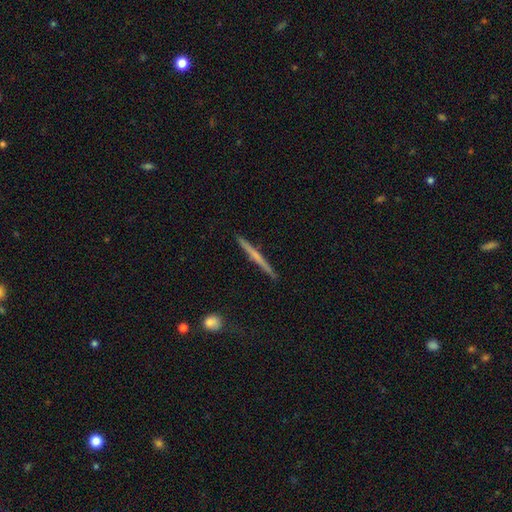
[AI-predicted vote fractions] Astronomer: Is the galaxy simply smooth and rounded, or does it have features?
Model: featured or disk — 54% (runner-up: smooth, 39%).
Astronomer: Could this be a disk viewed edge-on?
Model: yes — 98%.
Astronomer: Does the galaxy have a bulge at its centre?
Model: none — 71%.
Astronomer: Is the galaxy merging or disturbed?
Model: none — 90%.